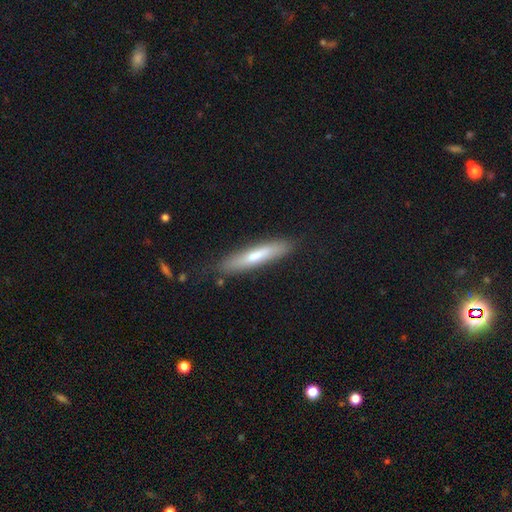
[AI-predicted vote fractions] Smooth or featured? smooth (66%)
How rounded? cigar-shaped (84%)
Merging? none (82%)